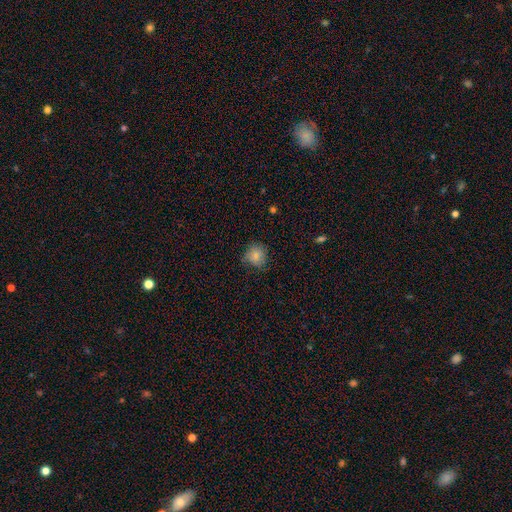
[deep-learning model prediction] Smooth or featured? Predicted: smooth (p=0.84). How rounded? Predicted: round (p=0.84). Merging? Predicted: none (p=0.72).